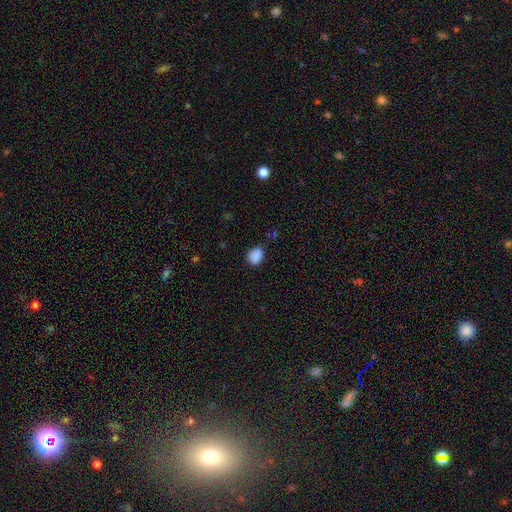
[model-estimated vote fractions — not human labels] Smooth or featured? smooth (88%)
How rounded? in between (55%)
Merging? none (75%)